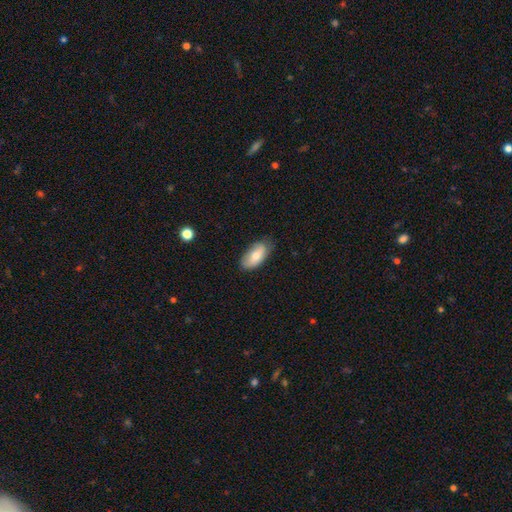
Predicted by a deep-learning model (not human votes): This appears to be a smooth galaxy with no disk features (71%) that is in between round and cigar-shaped (92%). Merging: none (73%).